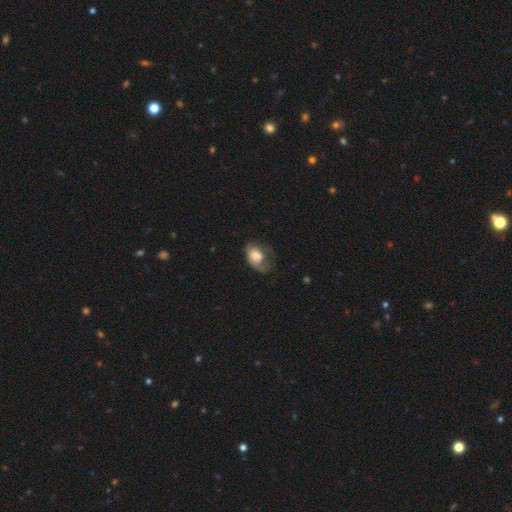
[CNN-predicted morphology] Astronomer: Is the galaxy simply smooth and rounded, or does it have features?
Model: smooth — 63%.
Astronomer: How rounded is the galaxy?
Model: in between — 78%.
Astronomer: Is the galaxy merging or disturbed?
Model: major disturbance — 39% (runner-up: none, 30%).